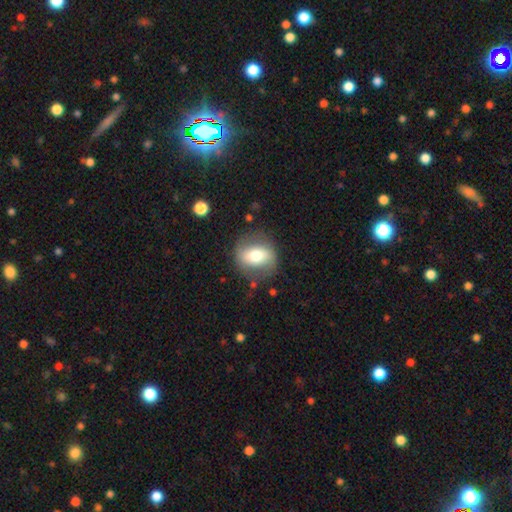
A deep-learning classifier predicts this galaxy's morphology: A smooth galaxy with no disk features (50%). Merging: none (77%).